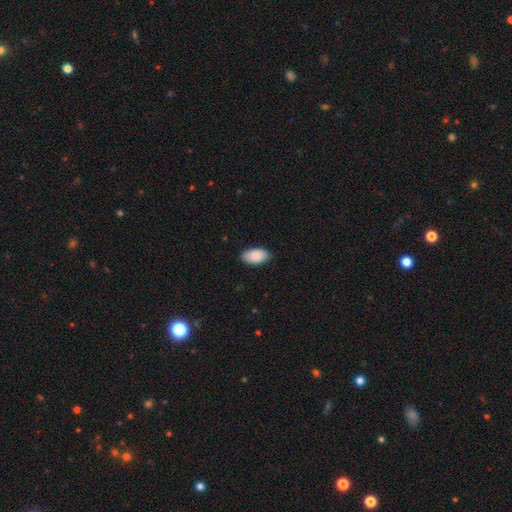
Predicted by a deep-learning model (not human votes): This appears to be a smooth galaxy with no disk features (90%) that is in between round and cigar-shaped (95%). Merging: none (86%).